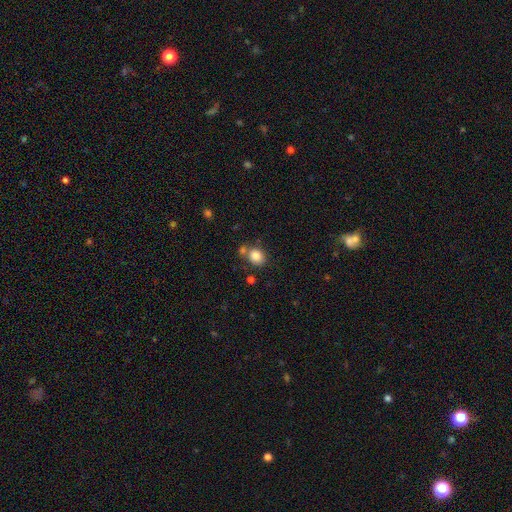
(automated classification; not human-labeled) Smooth or featured? smooth (84%)
How rounded? round (62%)
Merging? none (66%)